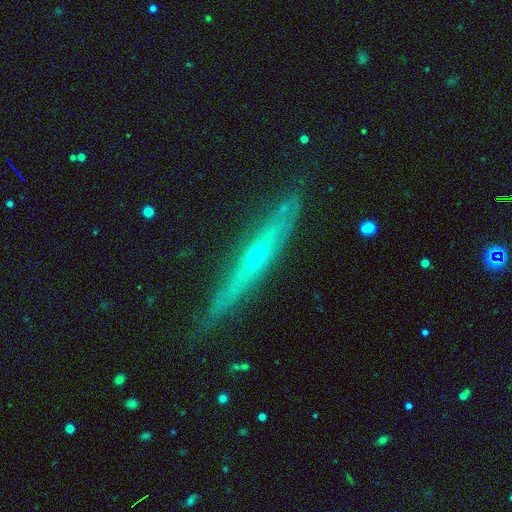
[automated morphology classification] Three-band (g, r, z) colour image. It shows a featured or disk galaxy (70%) viewed edge-on (83%) with a rounded central bulge (60%). Merging: none (73%).